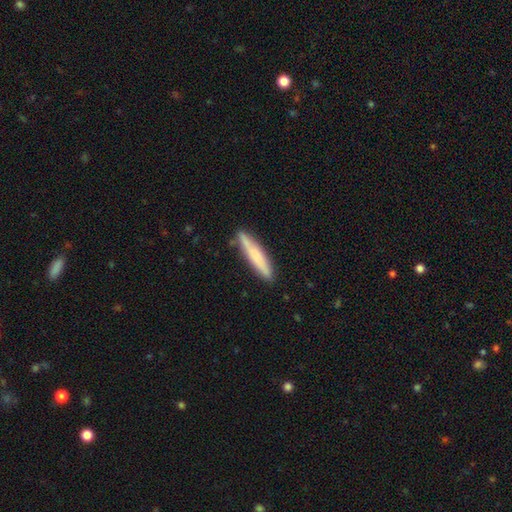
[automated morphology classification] Overall: smooth (72%). How rounded: cigar-shaped (91%). Merging: none (84%).